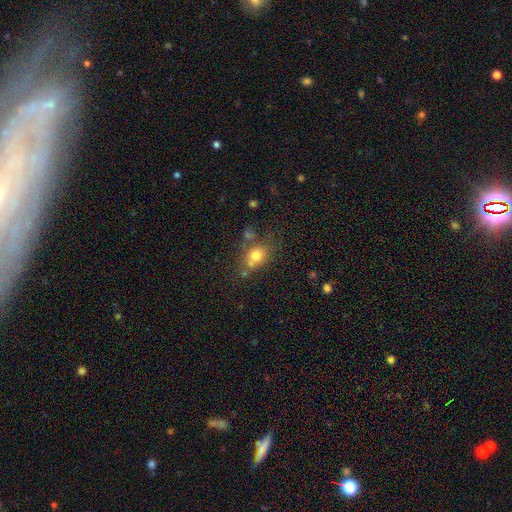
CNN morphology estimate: Smooth or featured? Predicted: smooth (p=0.73). How rounded? Predicted: round (p=0.58). Merging? Predicted: none (p=0.51).